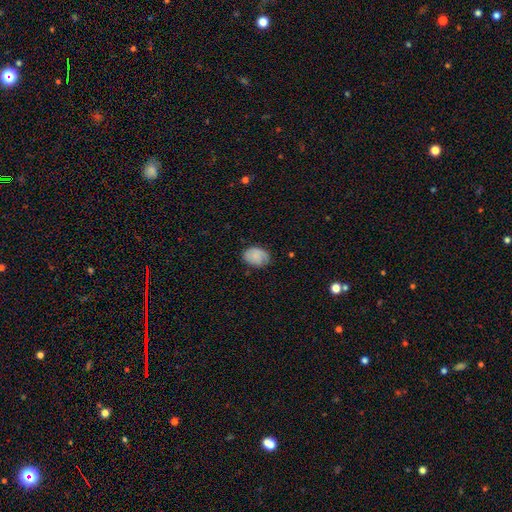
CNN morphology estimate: Smooth or featured? Predicted: smooth (p=0.72). How rounded? Predicted: in between (p=0.72). Merging? Predicted: none (p=0.67).